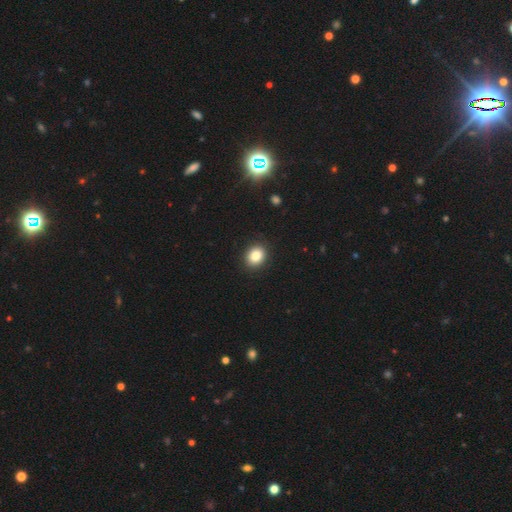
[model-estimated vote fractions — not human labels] smooth 85%, star or artifact 10%, featured or disk 5%. Down the decision tree: how rounded — round (60%); merging — none (90%).